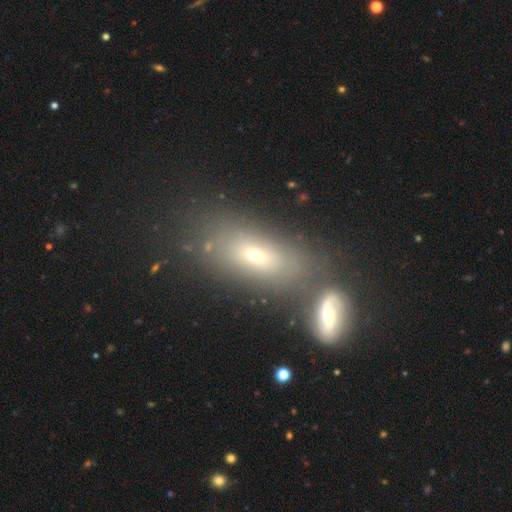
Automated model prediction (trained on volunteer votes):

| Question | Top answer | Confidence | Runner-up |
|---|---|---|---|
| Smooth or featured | smooth | 62% | featured or disk (25%) |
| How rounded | in between | 78% | cigar-shaped (13%) |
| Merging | none | 56% | merger (24%) |